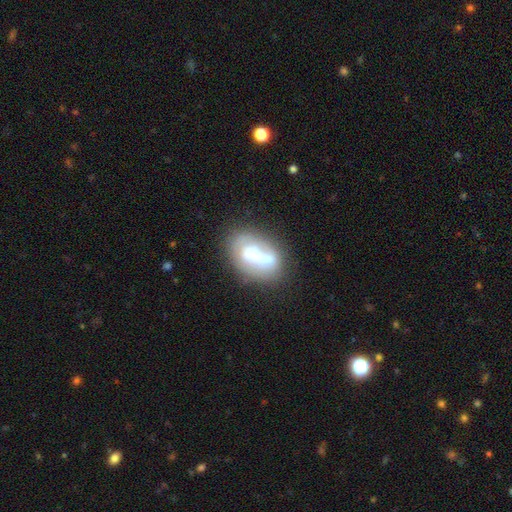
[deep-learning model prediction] Morphology: type=smooth (48%); merging=merger (39%).